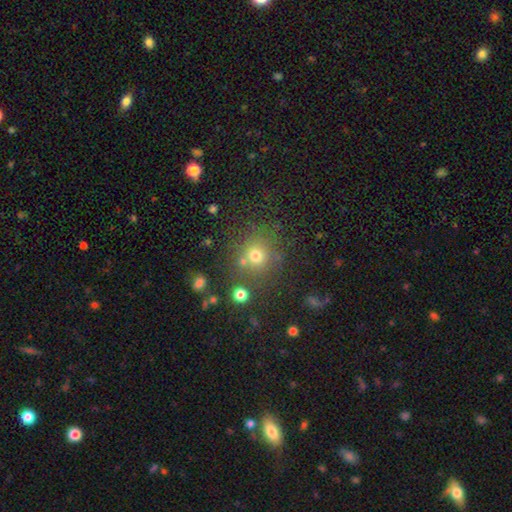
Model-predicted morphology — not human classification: smooth_or_featured: smooth (p=0.71) [alt: star or artifact p=0.19]
how_rounded: round (p=0.88) [alt: in between p=0.11]
merging: none (p=0.73) [alt: merger p=0.11]